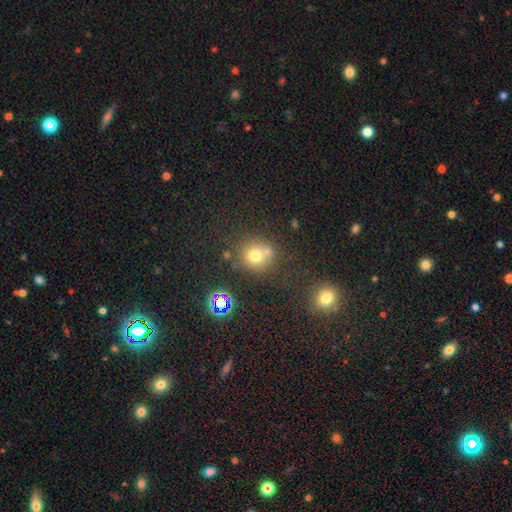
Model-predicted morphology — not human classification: Smooth or featured? smooth (70%)
How rounded? round (85%)
Merging? none (59%)